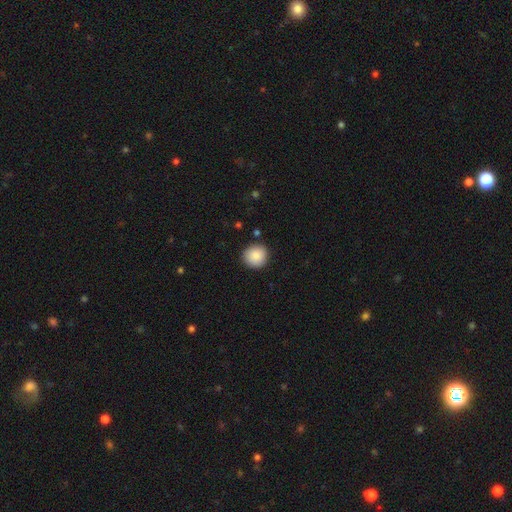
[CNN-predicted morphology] Smooth or featured?
  - smooth: 88% *
  - star or artifact: 8%
  - featured or disk: 5%
How rounded?
  - round: 92% *
  - in between: 7%
  - cigar-shaped: 1%
Merging?
  - none: 90% *
  - minor disturbance: 7%
  - major disturbance: 2%
  - merger: 2%